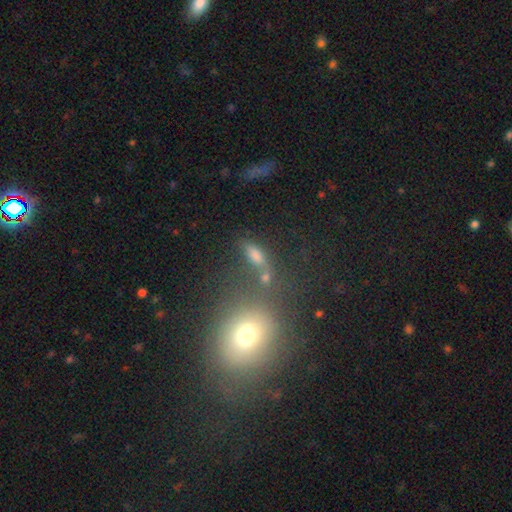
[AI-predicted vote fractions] Morphology: type=smooth (62%); roundness=in between (55%); merging=none (54%).